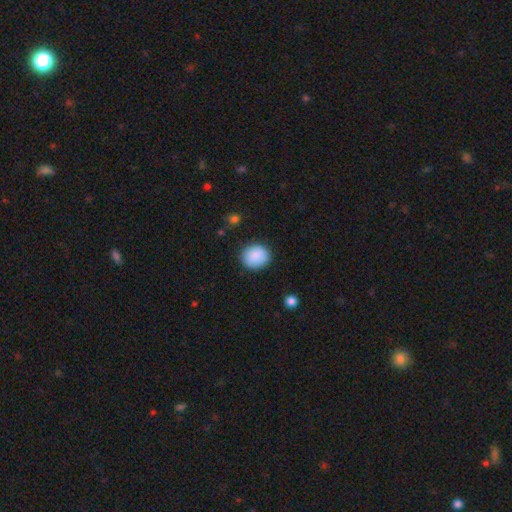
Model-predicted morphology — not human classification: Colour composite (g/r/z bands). It shows a smooth galaxy with no disk features (89%) that is round (73%). Merging: none (86%).